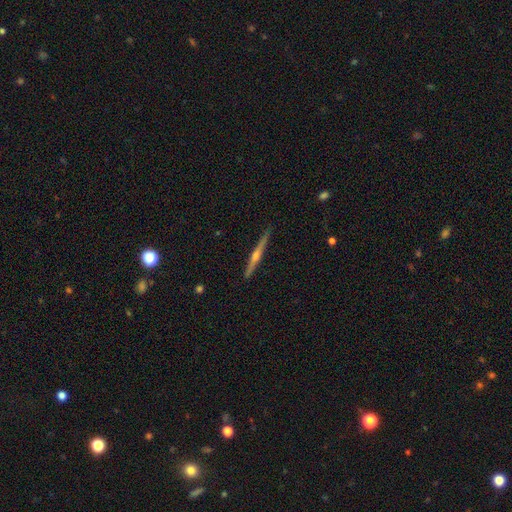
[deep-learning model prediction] Morphology: type=featured or disk (80%); edge-on=yes (98%); edge-on bulge=rounded (89%); merging=none (92%).